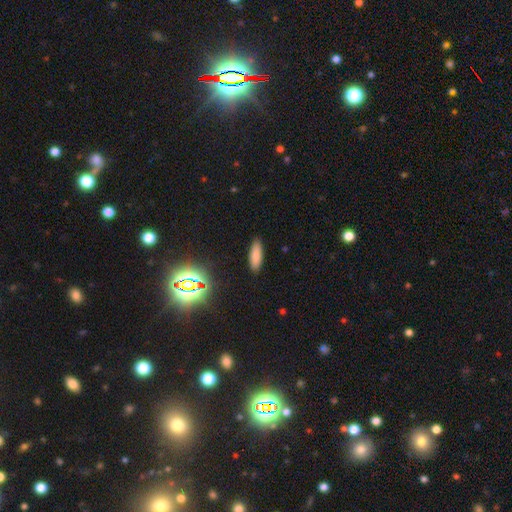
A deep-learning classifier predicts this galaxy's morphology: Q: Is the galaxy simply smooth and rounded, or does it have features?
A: smooth — 80%.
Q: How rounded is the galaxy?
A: in between — 55%.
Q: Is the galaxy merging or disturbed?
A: none — 89%.